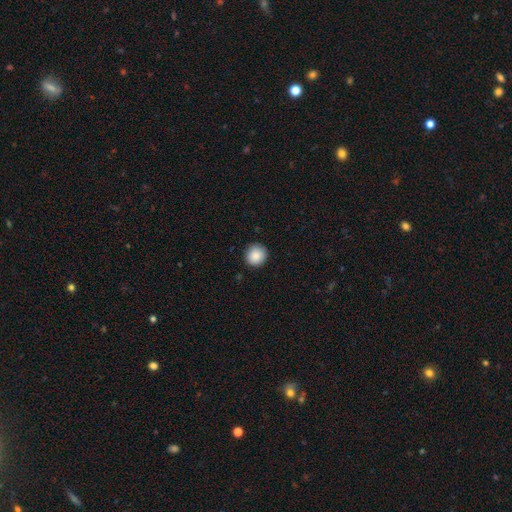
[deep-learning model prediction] A smooth galaxy with no disk features (88%) that is round (92%).

Vote fractions:
- Smooth or featured? smooth: 88% / star or artifact: 8% / featured or disk: 4%
- How rounded? round: 92% / in between: 7% / cigar-shaped: 1%
- Merging? none: 90% / minor disturbance: 7% / major disturbance: 2% / merger: 1%